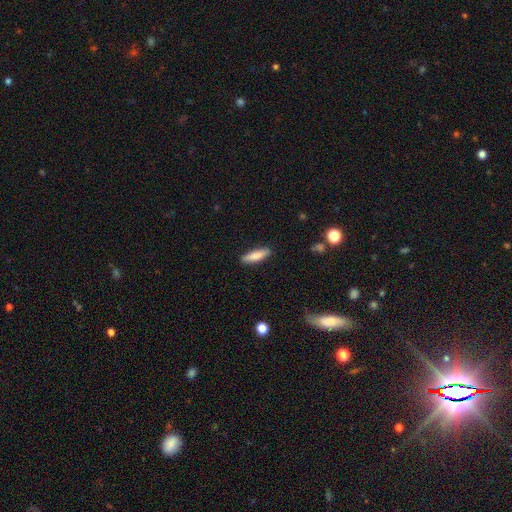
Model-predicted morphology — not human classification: Smooth or featured? Predicted: smooth (p=0.82). How rounded? Predicted: cigar-shaped (p=0.64). Merging? Predicted: none (p=0.88).